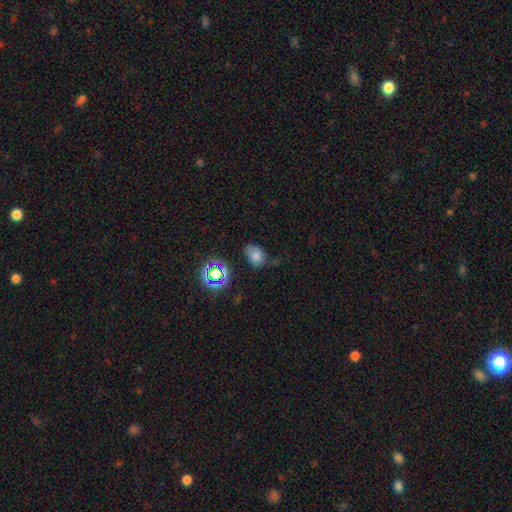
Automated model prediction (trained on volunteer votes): Smooth or featured: smooth — 71% (star or artifact — 18%)
How rounded: in between — 74% (round — 25%)
Merging: none — 53% (minor disturbance — 32%)